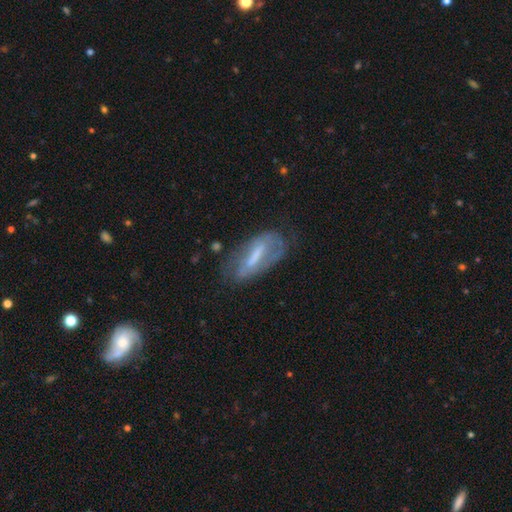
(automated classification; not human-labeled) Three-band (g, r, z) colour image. It shows a featured or disk galaxy (61%) with a strong bar (57%), spiral arms (56%) and a moderate central bulge (33%). Merging: none (56%).